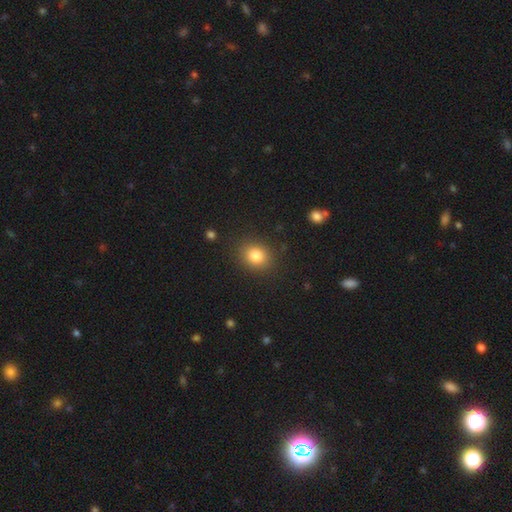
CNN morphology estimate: This is clearly a smooth galaxy (82%). How rounded: likely round (67%). Merging: clearly none (87%).